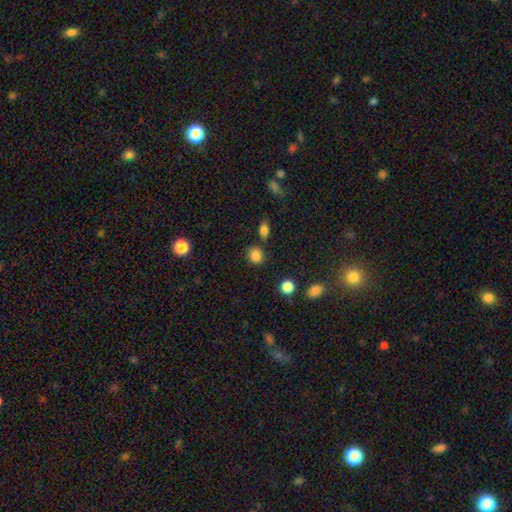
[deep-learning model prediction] This appears to be a smooth galaxy with no disk features (84%) that is round (66%). Merging: none (74%).